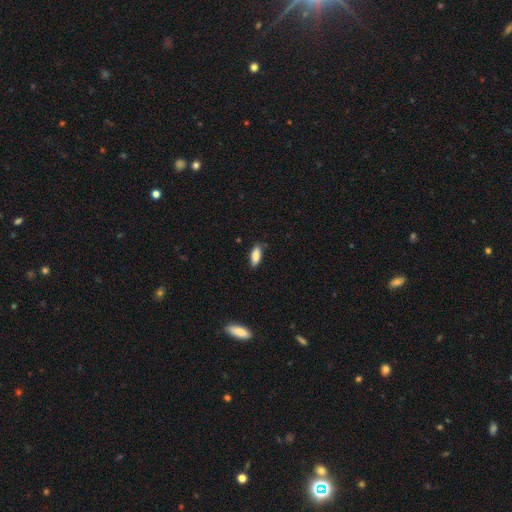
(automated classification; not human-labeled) A smooth galaxy with no disk features (84%) that is in between round and cigar-shaped (77%).

Vote fractions:
- Smooth or featured? smooth: 84% / featured or disk: 9% / star or artifact: 7%
- How rounded? in between: 77% / cigar-shaped: 21% / round: 2%
- Merging? none: 76% / minor disturbance: 19% / major disturbance: 3% / merger: 2%